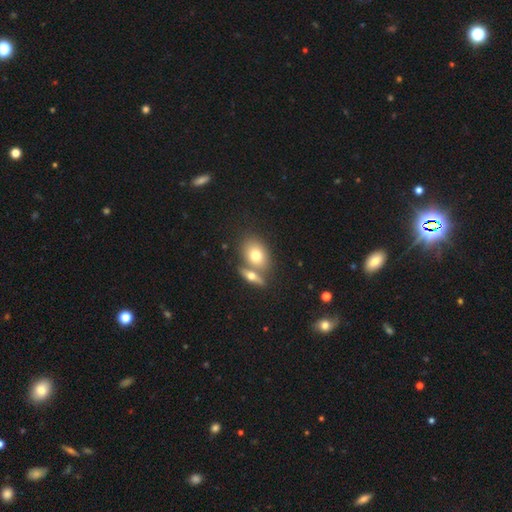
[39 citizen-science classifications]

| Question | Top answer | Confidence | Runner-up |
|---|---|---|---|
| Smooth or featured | smooth | 74% | featured or disk (23%) |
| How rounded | in between | 69% | round (24%) |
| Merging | merger | 45% | none (42%) |